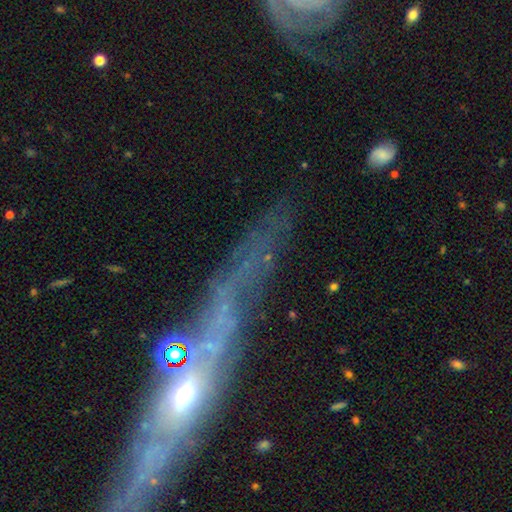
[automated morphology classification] A featured or disk galaxy (59%) viewed edge-on (51%).

Vote fractions:
- Smooth or featured? featured or disk: 59% / star or artifact: 21% / smooth: 20%
- Edge-on disk? yes: 51% / no: 49%
- Merging? none: 57% / major disturbance: 19% / minor disturbance: 17% / merger: 7%